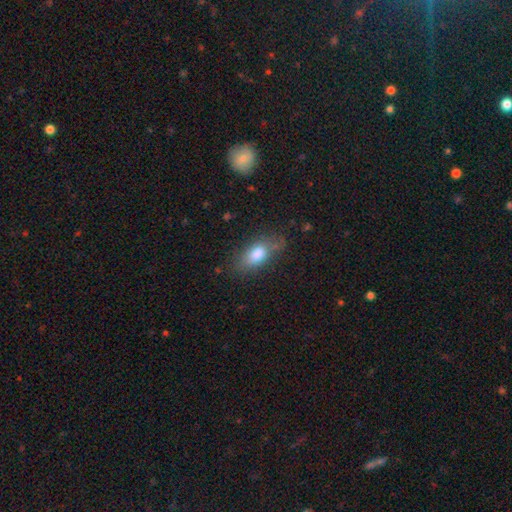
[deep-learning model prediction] Smooth or featured?
  - smooth: 74% *
  - featured or disk: 15%
  - star or artifact: 11%
How rounded?
  - in between: 82% *
  - cigar-shaped: 11%
  - round: 7%
Merging?
  - none: 76% *
  - minor disturbance: 17%
  - major disturbance: 4%
  - merger: 2%